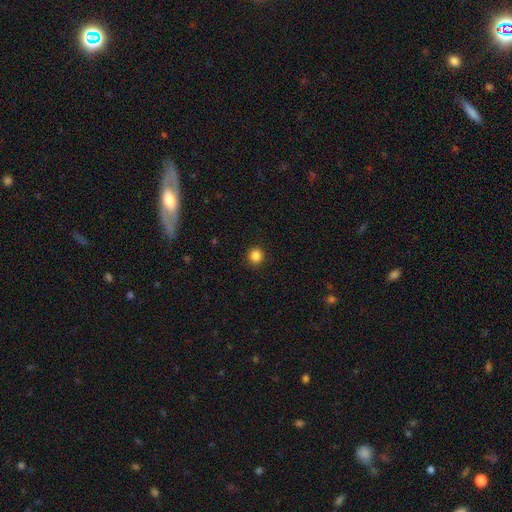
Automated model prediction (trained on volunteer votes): The model was most divided on "smooth or featured": smooth: 85%, star or artifact: 12%, featured or disk: 3%. More confident: merging — none (92%); how rounded — round (91%).